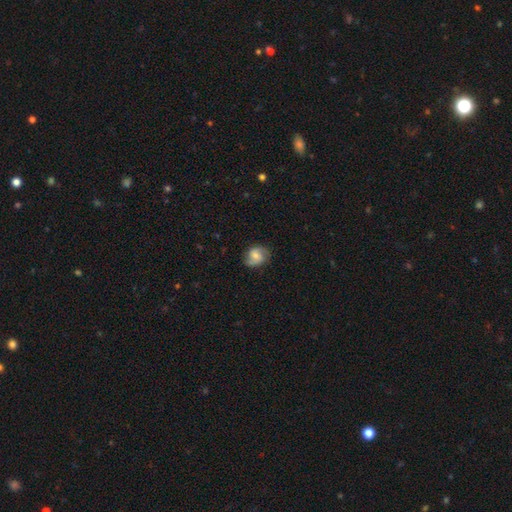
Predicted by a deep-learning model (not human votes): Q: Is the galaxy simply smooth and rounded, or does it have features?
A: smooth — 48%.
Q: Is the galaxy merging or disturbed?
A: none — 71%.